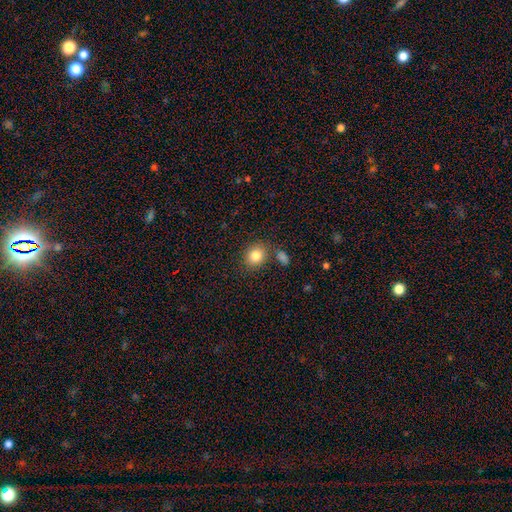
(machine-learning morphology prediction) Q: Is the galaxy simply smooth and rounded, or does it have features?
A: smooth — 83%.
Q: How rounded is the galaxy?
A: round — 63%.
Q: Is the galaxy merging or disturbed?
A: none — 79%.